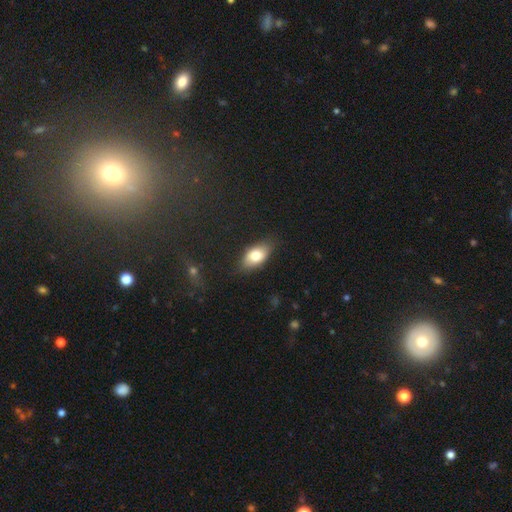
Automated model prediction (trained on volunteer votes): smooth 76%, featured or disk 16%, star or artifact 7%. Down the decision tree: how rounded — in between (90%); merging — none (80%).